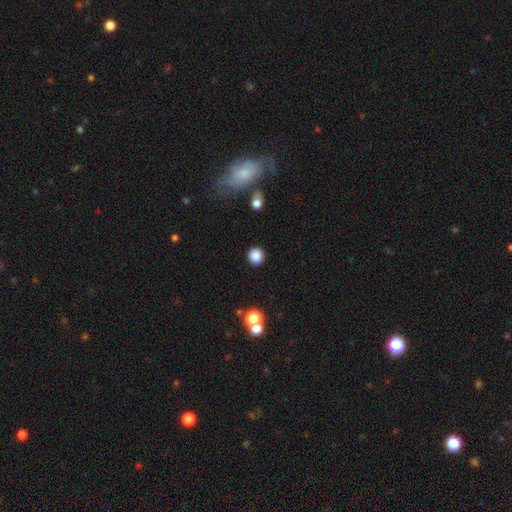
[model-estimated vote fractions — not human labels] Smooth or featured: smooth — 86% (star or artifact — 11%)
How rounded: round — 89% (in between — 10%)
Merging: none — 89% (minor disturbance — 6%)